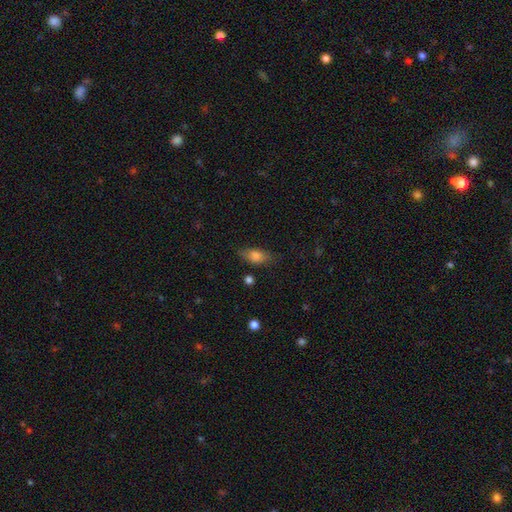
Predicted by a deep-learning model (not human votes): Smooth or featured? Predicted: smooth (p=0.76). How rounded? Predicted: in between (p=0.80). Merging? Predicted: none (p=0.73).